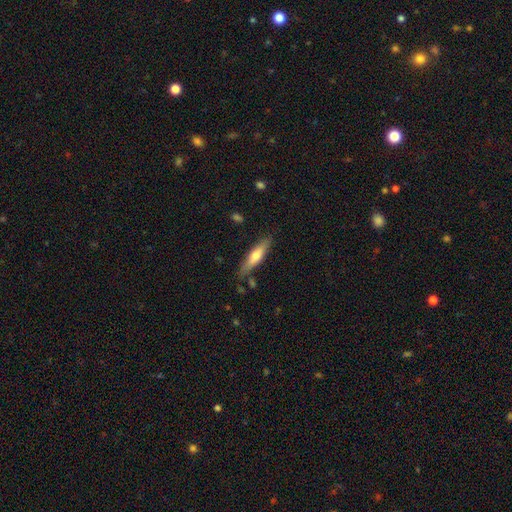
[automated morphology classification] This appears to be a smooth galaxy with no disk features (55%) that is cigar-shaped (72%). Merging: none (80%).